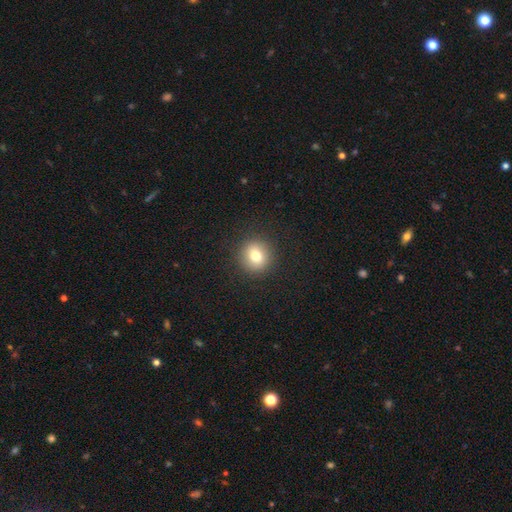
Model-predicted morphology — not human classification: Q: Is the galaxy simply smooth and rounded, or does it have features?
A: smooth — 78%.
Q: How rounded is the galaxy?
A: round — 90%.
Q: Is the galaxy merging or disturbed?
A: none — 91%.